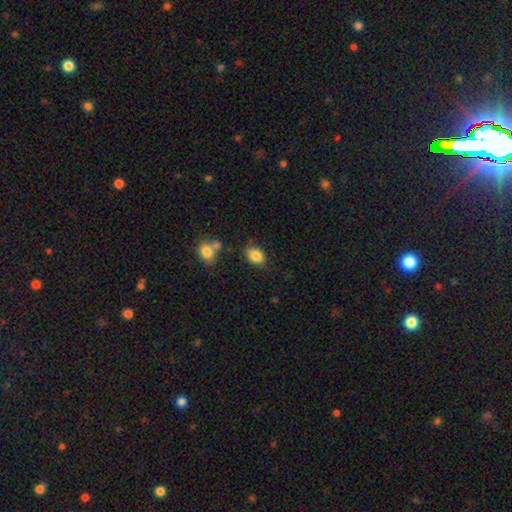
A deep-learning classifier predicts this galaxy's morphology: The model was most divided on "how rounded": in between: 68%, round: 31%, cigar-shaped: 1%. More confident: smooth or featured — smooth (86%); merging — none (74%).